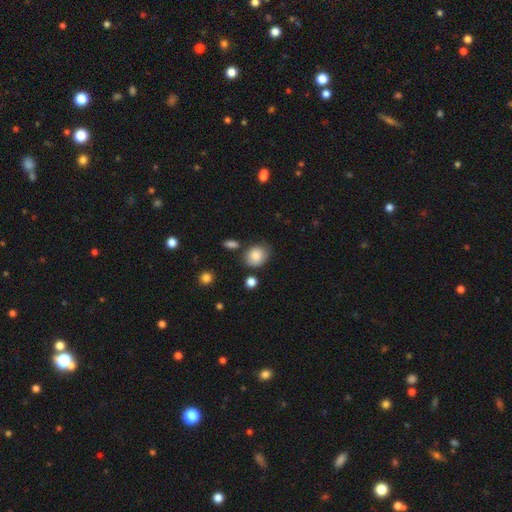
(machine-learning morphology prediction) Smooth or featured: smooth — 85% (star or artifact — 8%)
How rounded: round — 53% (in between — 46%)
Merging: none — 68% (minor disturbance — 21%)